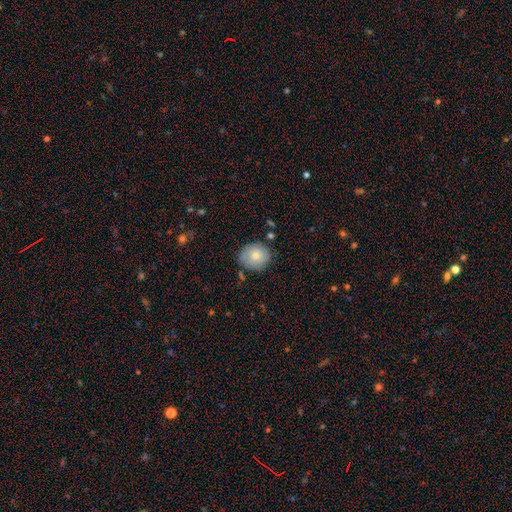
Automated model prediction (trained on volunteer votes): Morphology: type=smooth (76%); roundness=round (76%); merging=none (74%).